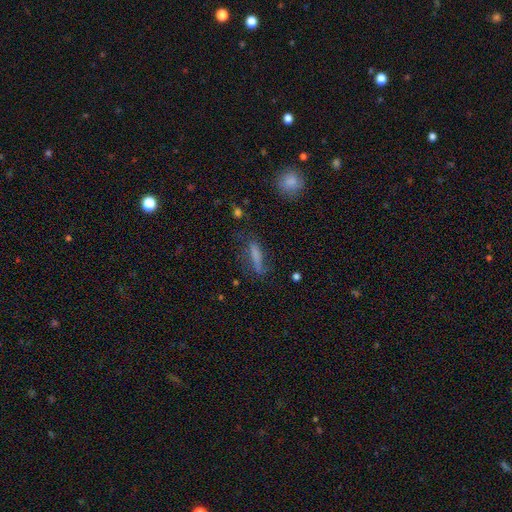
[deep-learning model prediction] Morphology: type=smooth (67%); roundness=cigar-shaped (77%); merging=none (61%).